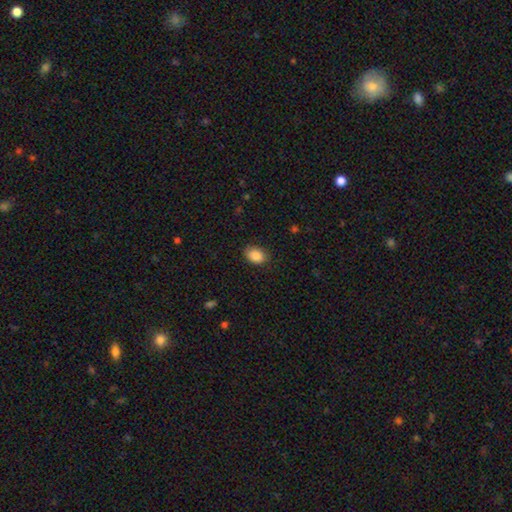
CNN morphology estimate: Smooth or featured: smooth — 89% (star or artifact — 8%)
How rounded: in between — 77% (round — 22%)
Merging: none — 83% (minor disturbance — 13%)